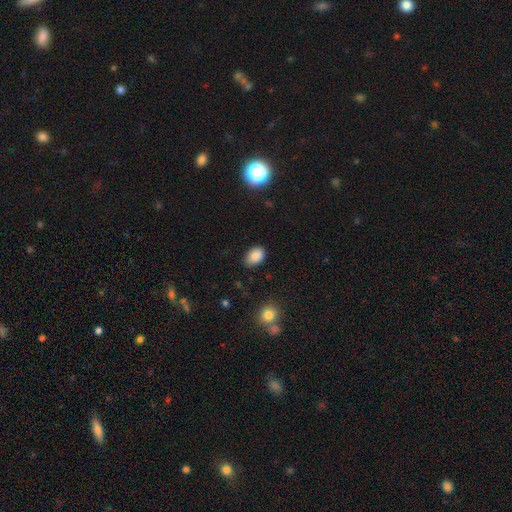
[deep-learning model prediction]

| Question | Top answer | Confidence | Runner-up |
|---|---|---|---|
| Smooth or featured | smooth | 87% | star or artifact (9%) |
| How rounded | in between | 87% | round (12%) |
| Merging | none | 77% | minor disturbance (18%) |